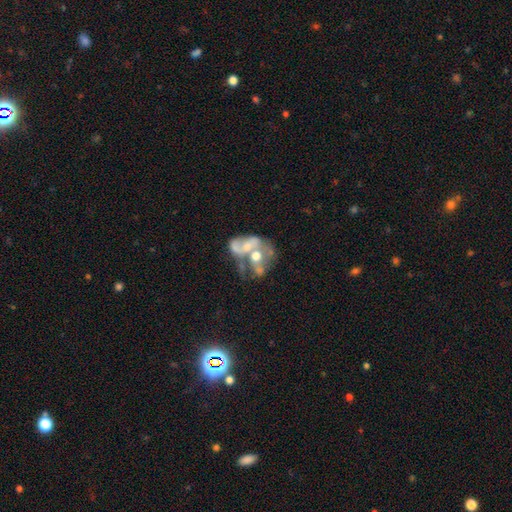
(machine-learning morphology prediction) A featured or disk galaxy (59%) with no bar (84%), no spiral arms (78%) and a moderate central bulge (53%). Merging: merger (63%).